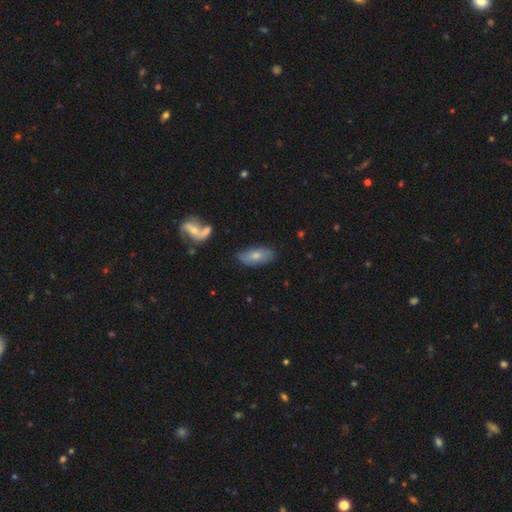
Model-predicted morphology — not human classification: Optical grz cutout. It shows a smooth galaxy with no disk features (66%) that is in between round and cigar-shaped (85%). Merging: none (77%).